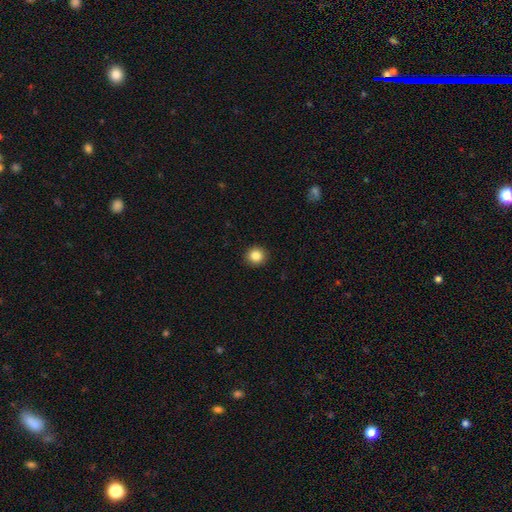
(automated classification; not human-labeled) Smooth or featured? Predicted: smooth (p=0.85). How rounded? Predicted: round (p=0.92). Merging? Predicted: none (p=0.93).